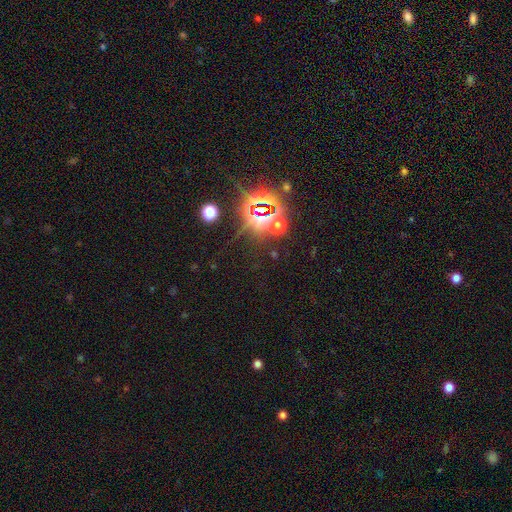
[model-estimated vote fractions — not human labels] Overall: star or artifact (81%).